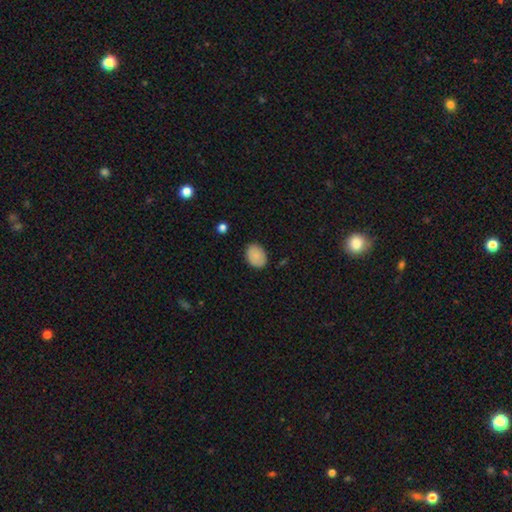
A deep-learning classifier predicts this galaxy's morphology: A smooth galaxy with no disk features (88%) that is in between round and cigar-shaped (71%). Merging: none (85%).